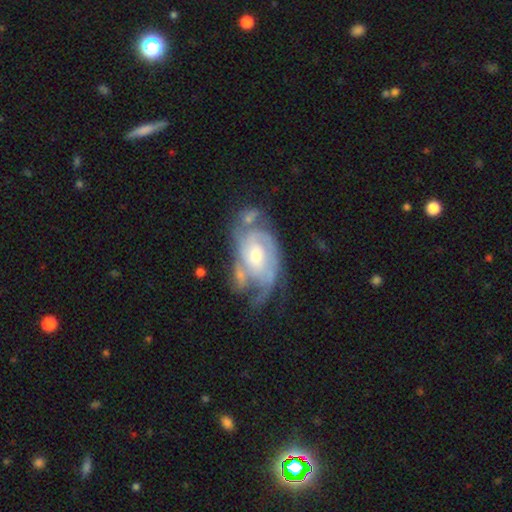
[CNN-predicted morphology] Smooth or featured?
  - featured or disk: 86% *
  - smooth: 9%
  - star or artifact: 5%
Edge-on disk?
  - no: 97% *
  - yes: 3%
Bar?
  - no: 54% *
  - weak: 37%
  - strong: 9%
Spiral arms?
  - yes: 94% *
  - no: 6%
Spiral winding?
  - tight: 53% *
  - medium: 37%
  - loose: 11%
Spiral arm count?
  - 2: 33% *
  - can't tell: 26%
  - 3: 24%
  - 4: 7%
  - 1: 5%
  - more than 4: 4%
Bulge size?
  - moderate: 54% *
  - small: 40%
  - large: 3%
  - none: 1%
  - dominant: 1%
Merging?
  - none: 44% *
  - minor disturbance: 24%
  - major disturbance: 19%
  - merger: 13%